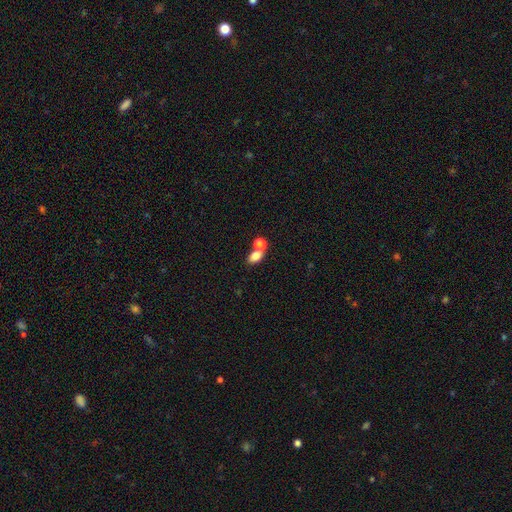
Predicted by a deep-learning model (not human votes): This is clearly a smooth galaxy (80%). How rounded: likely in between (77%). Merging: possibly none (45%).